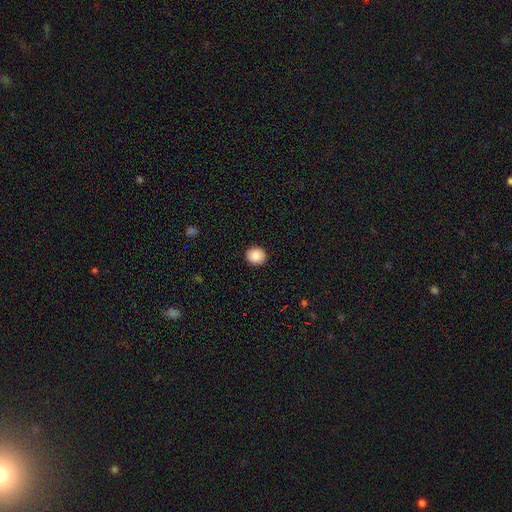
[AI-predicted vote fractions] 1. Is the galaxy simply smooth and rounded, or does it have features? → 89% smooth, 8% star or artifact, 3% featured or disk.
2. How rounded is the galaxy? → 83% round, 16% in between, 1% cigar-shaped.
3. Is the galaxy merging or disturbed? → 91% none, 6% minor disturbance, 2% major disturbance, 1% merger.